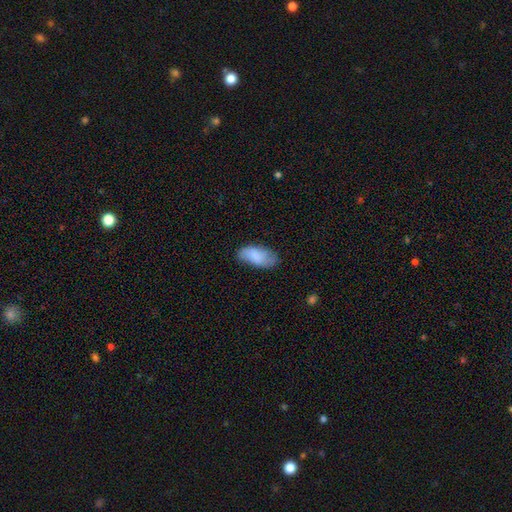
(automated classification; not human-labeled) smooth_or_featured: smooth (p=0.81) [alt: featured or disk p=0.12]
how_rounded: in between (p=0.94) [alt: cigar-shaped p=0.04]
merging: none (p=0.65) [alt: minor disturbance p=0.27]